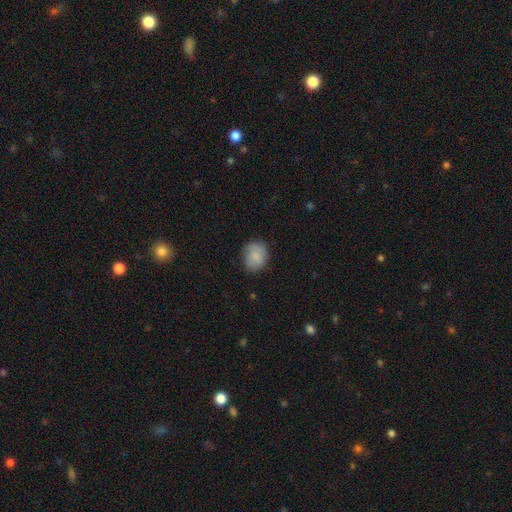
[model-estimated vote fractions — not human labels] smooth 78%, featured or disk 14%, star or artifact 7%. Down the decision tree: how rounded — round (61%); merging — none (69%).